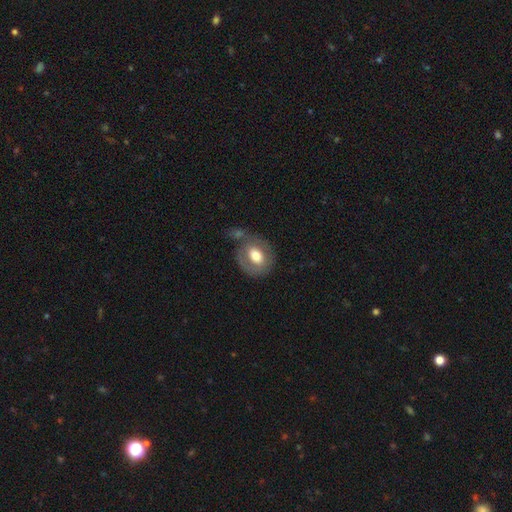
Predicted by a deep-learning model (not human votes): The model was most divided on "how rounded": round: 50%, in between: 49%, cigar-shaped: 1%. More confident: smooth or featured — smooth (57%); merging — none (51%).